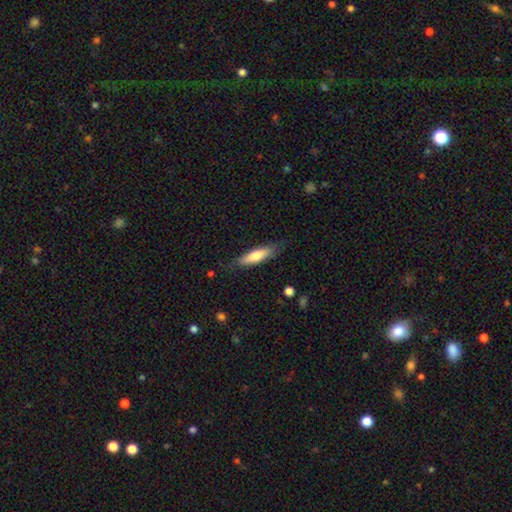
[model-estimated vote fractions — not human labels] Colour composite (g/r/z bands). It shows a smooth galaxy with no disk features (70%) that is cigar-shaped (65%). Merging: none (79%).